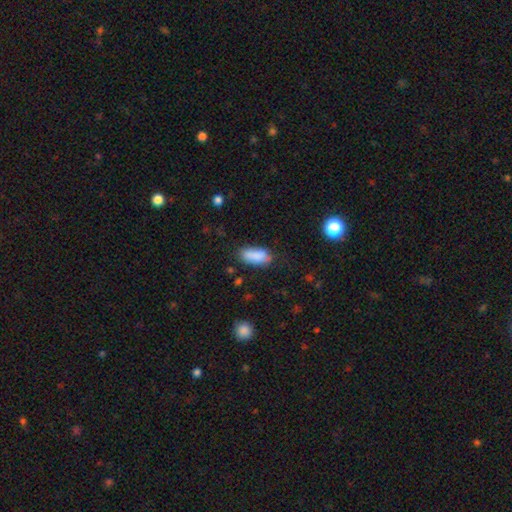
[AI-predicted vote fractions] Overall: smooth (86%). How rounded: in between (85%). Merging: none (69%).